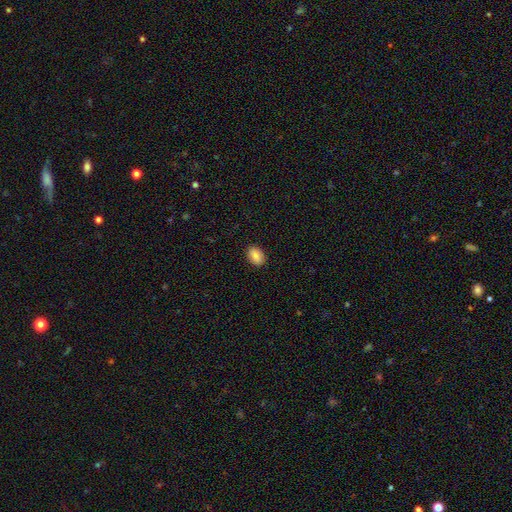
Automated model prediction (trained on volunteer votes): This appears to be a smooth galaxy with no disk features (86%) that is in between round and cigar-shaped (77%). Merging: none (89%).